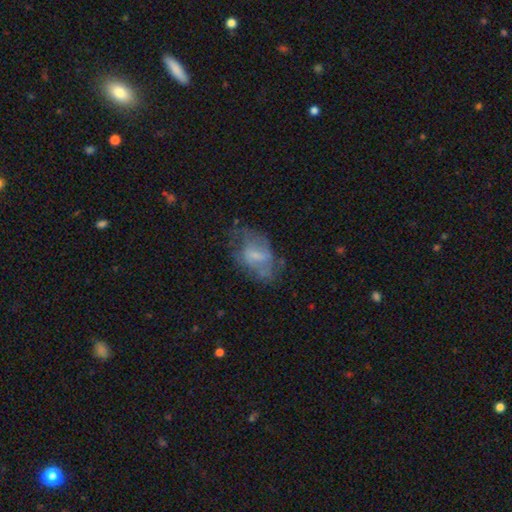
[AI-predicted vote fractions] A featured or disk galaxy (51%).

Vote fractions:
- Smooth or featured? featured or disk: 51% / smooth: 39% / star or artifact: 9%
- Edge-on disk? no: 95% / yes: 5%
- Merging? none: 46% / minor disturbance: 27% / major disturbance: 25% / merger: 3%